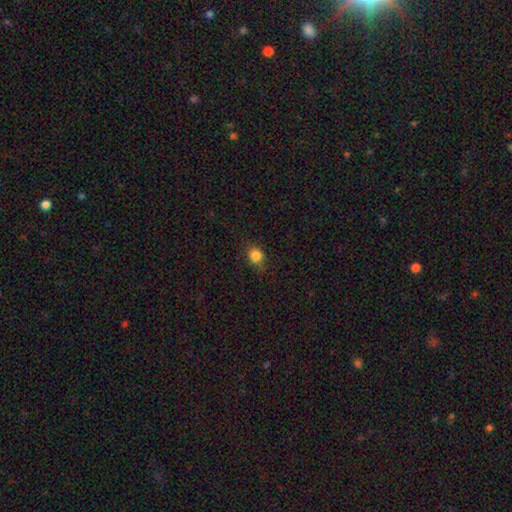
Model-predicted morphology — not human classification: smooth_or_featured: smooth (p=0.82) [alt: star or artifact p=0.12]
how_rounded: round (p=0.72) [alt: in between p=0.27]
merging: none (p=0.77) [alt: minor disturbance p=0.17]